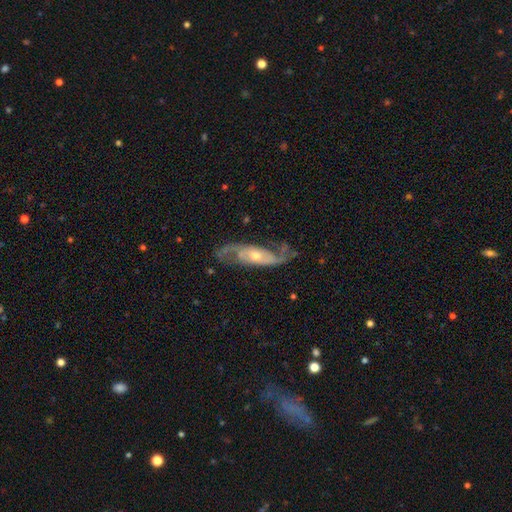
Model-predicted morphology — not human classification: Overall: featured or disk (87%). Edge-on disk: no (89%). Bar: no (60%; weak 28%). Spiral arms: yes (95%). Spiral arm count: 2 (85%). Spiral winding: medium (45%; loose 33%). Bulge size: moderate (51%; small 43%). Merging: none (71%).